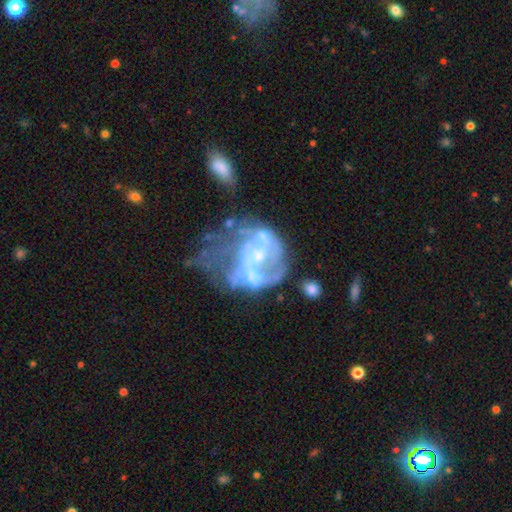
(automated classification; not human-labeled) Morphology: type=featured or disk (77%); edge-on=no (98%); bar=no (68%); spiral arms=yes (55%); bulge=small (39%); merging=major disturbance (39%).